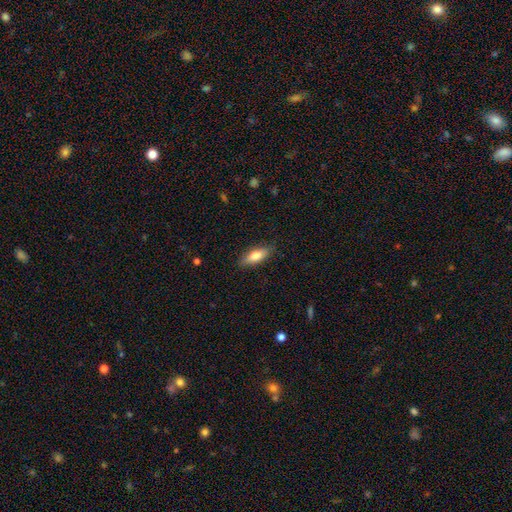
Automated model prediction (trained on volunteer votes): A smooth galaxy with no disk features (74%) that is in between round and cigar-shaped (63%).

Vote fractions:
- Smooth or featured? smooth: 74% / featured or disk: 20% / star or artifact: 6%
- How rounded? in between: 63% / cigar-shaped: 34% / round: 2%
- Merging? none: 86% / minor disturbance: 10% / major disturbance: 2% / merger: 1%